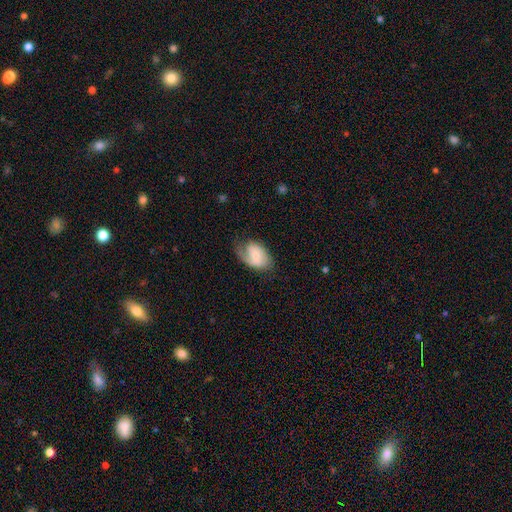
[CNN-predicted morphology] Q: Smooth or featured?
A: featured or disk (63%); runner-up: smooth (31%)
Q: Edge-on disk?
A: no (97%); runner-up: yes (3%)
Q: Bar?
A: no (51%); runner-up: weak (39%)
Q: Spiral arms?
A: yes (91%); runner-up: no (9%)
Q: Spiral winding?
A: medium (42%); runner-up: tight (31%)
Q: Spiral arm count?
A: 1 (46%); runner-up: 2 (42%)
Q: Bulge size?
A: small (56%); runner-up: moderate (31%)
Q: Merging?
A: none (57%); runner-up: minor disturbance (25%)